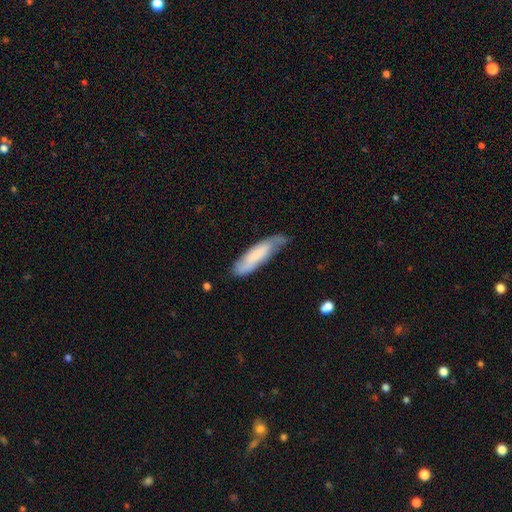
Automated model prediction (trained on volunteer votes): Q: Smooth or featured?
A: smooth (57%); runner-up: featured or disk (36%)
Q: How rounded?
A: cigar-shaped (62%); runner-up: in between (36%)
Q: Merging?
A: none (58%); runner-up: minor disturbance (31%)